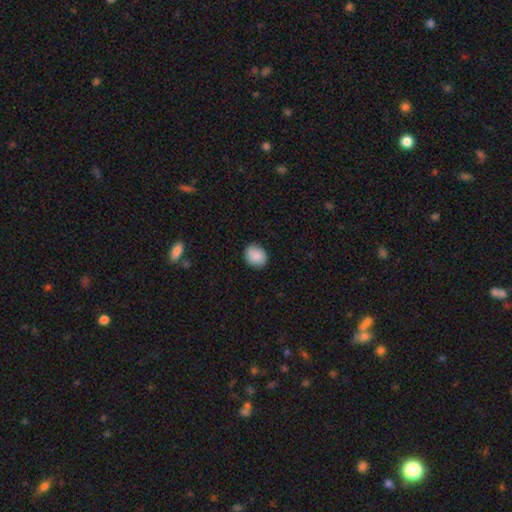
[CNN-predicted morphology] This is clearly a smooth galaxy (88%). How rounded: likely round (63%). Merging: clearly none (88%).